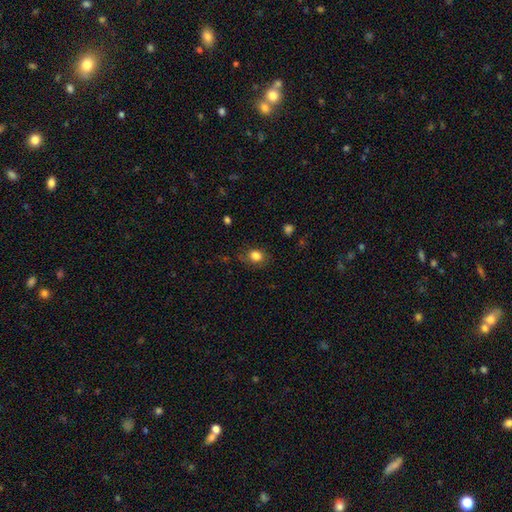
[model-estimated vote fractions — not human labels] Morphology: type=smooth (83%); roundness=round (57%); merging=none (72%).